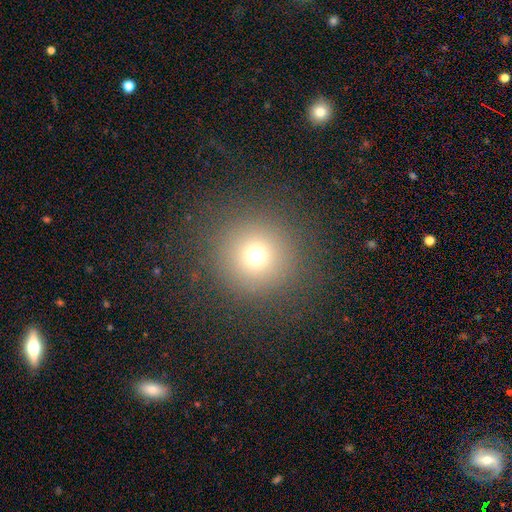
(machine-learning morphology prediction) Smooth or featured? smooth (71%)
How rounded? round (95%)
Merging? none (88%)